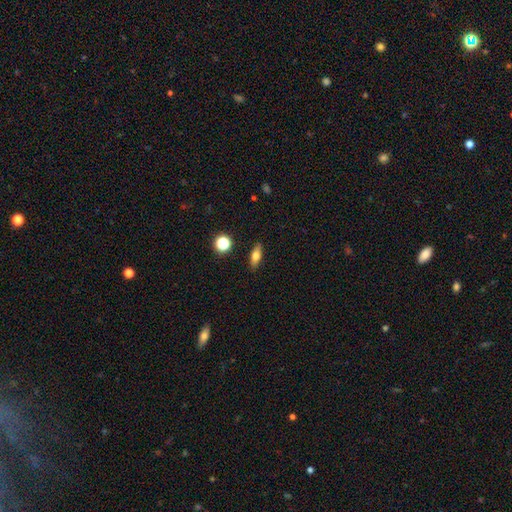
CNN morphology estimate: Smooth or featured?
  - smooth: 67% *
  - featured or disk: 24%
  - star or artifact: 9%
How rounded?
  - in between: 63% *
  - cigar-shaped: 30%
  - round: 6%
Merging?
  - none: 88% *
  - minor disturbance: 8%
  - major disturbance: 2%
  - merger: 2%